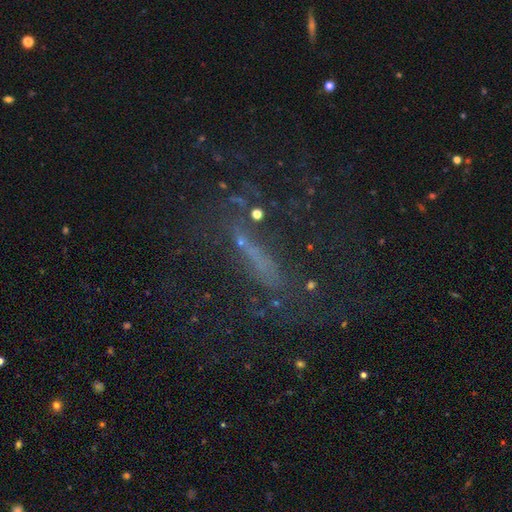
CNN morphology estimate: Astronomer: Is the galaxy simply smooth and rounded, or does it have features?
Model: featured or disk — 39% (runner-up: star or artifact, 35%).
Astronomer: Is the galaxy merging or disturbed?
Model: none — 54%.